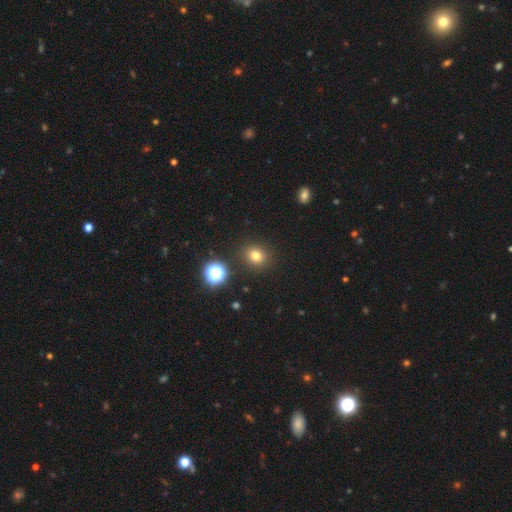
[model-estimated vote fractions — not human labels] A smooth galaxy with no disk features (75%) that is round (78%). Merging: none (88%).